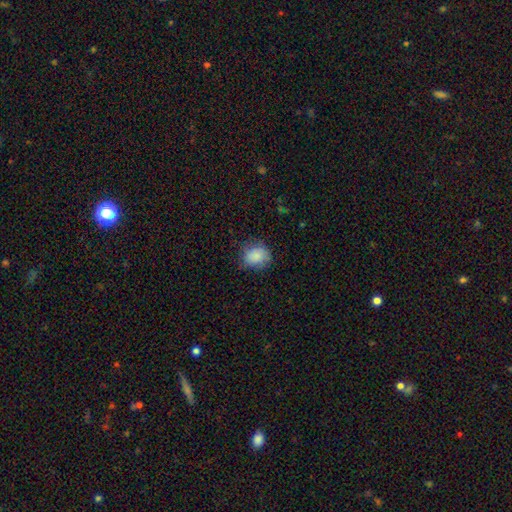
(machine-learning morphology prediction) Q: Smooth or featured?
A: smooth (85%); runner-up: star or artifact (8%)
Q: How rounded?
A: round (64%); runner-up: in between (36%)
Q: Merging?
A: none (72%); runner-up: minor disturbance (21%)